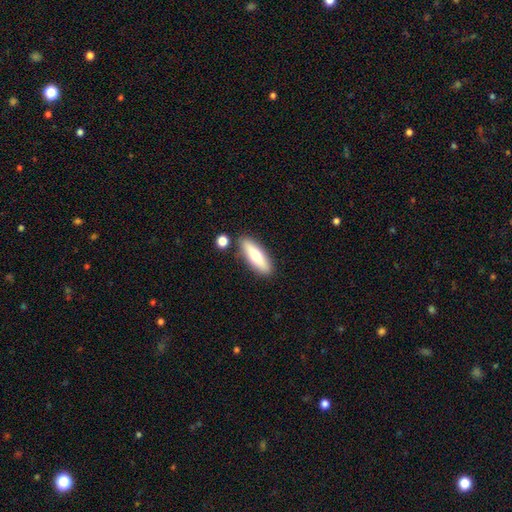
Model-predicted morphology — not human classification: Overall: smooth (66%; featured or disk 28%). How rounded: cigar-shaped (52%; in between 46%). Merging: none (82%).